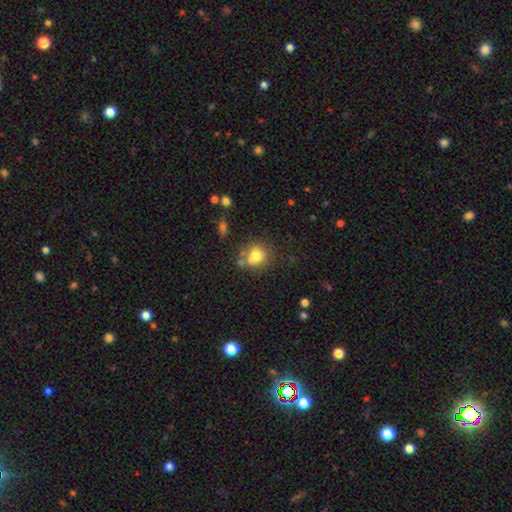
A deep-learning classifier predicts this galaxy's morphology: Smooth or featured: smooth — 77% (featured or disk — 12%)
How rounded: round — 78% (in between — 21%)
Merging: none — 58% (merger — 19%)